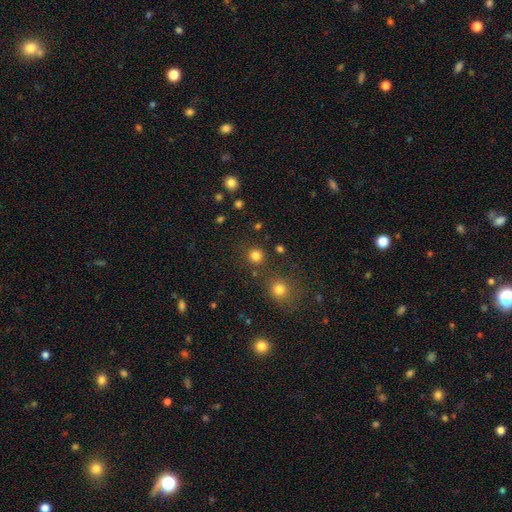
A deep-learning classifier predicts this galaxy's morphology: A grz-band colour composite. It shows a smooth galaxy with no disk features (81%) that is round (92%). Merging: none (83%).